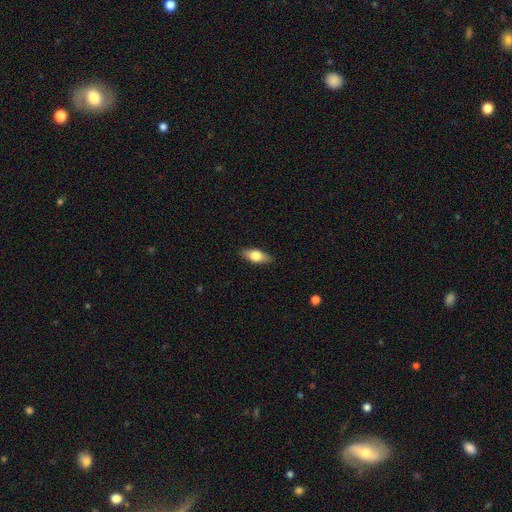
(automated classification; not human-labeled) The model was most divided on "smooth or featured": smooth: 67%, featured or disk: 26%, star or artifact: 6%. More confident: merging — none (87%); how rounded — in between (76%).